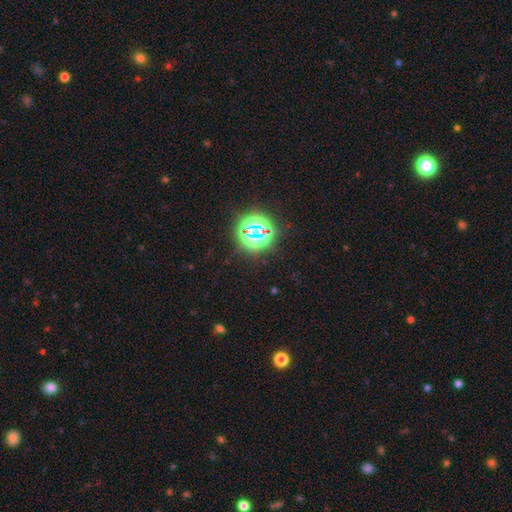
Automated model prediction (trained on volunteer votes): smooth_or_featured: star or artifact (p=0.77) [alt: smooth p=0.18]